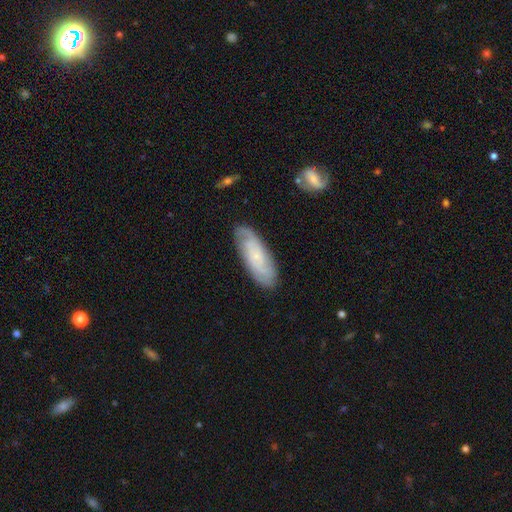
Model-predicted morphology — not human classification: Smooth or featured? Predicted: featured or disk (p=0.57). Edge-on disk? Predicted: no (p=0.87). Merging? Predicted: none (p=0.80).